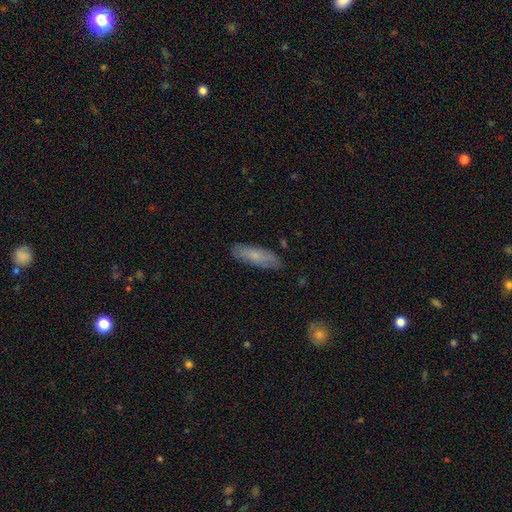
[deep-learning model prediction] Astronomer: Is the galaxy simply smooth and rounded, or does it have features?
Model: smooth — 69%.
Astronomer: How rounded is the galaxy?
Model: cigar-shaped — 55% (runner-up: in between, 43%).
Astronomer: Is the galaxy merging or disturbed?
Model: none — 84%.